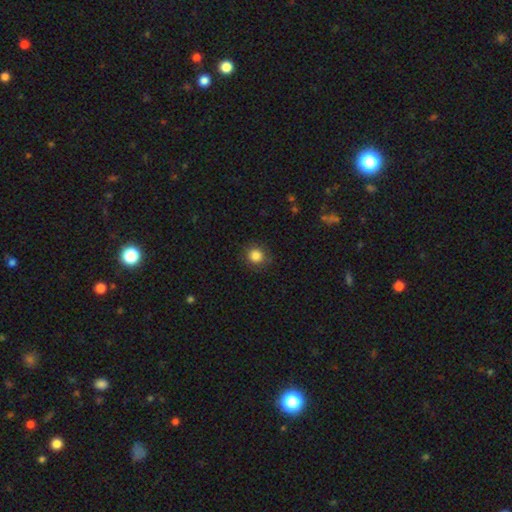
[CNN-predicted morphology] A smooth galaxy with no disk features (85%) that is round (91%). Merging: none (85%).